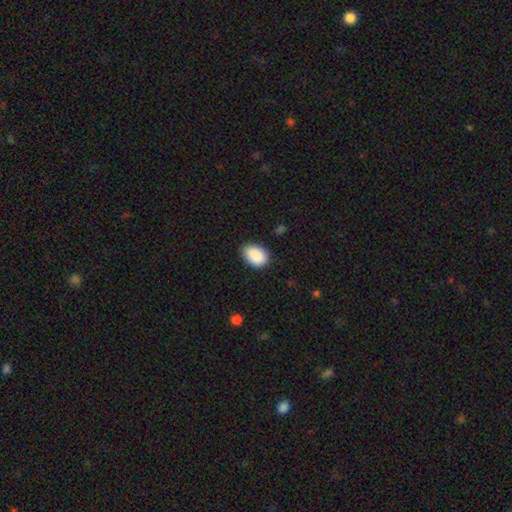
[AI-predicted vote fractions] The model was most divided on "merging": none: 82%, minor disturbance: 14%, major disturbance: 3%, merger: 1%. More confident: smooth or featured — smooth (90%); how rounded — in between (85%).